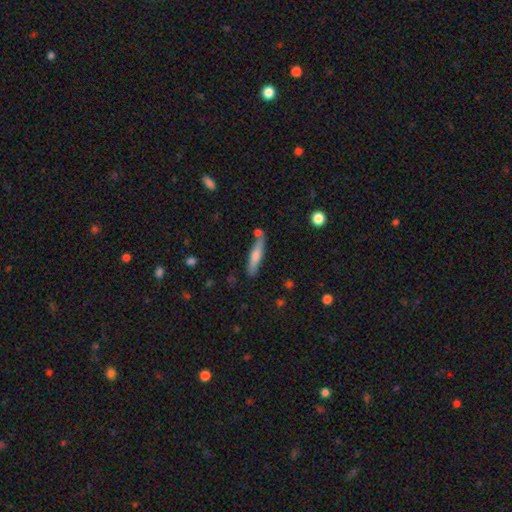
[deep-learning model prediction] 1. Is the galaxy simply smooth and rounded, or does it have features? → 62% smooth, 32% featured or disk, 6% star or artifact.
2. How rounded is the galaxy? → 87% cigar-shaped, 12% in between, 2% round.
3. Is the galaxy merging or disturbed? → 73% none, 14% minor disturbance, 10% merger, 3% major disturbance.